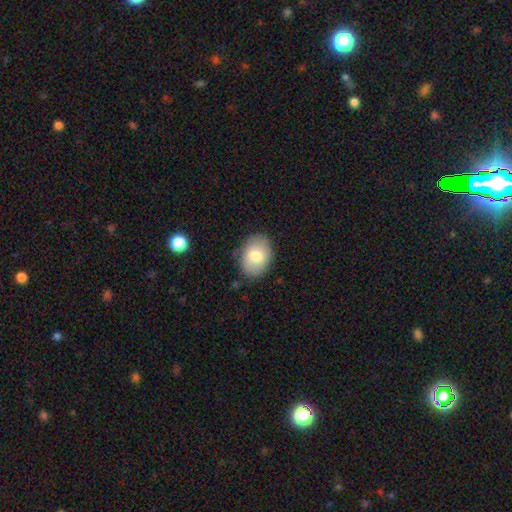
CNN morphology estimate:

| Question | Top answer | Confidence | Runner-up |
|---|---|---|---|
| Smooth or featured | smooth | 75% | featured or disk (17%) |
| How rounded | in between | 69% | round (30%) |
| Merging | none | 82% | minor disturbance (14%) |